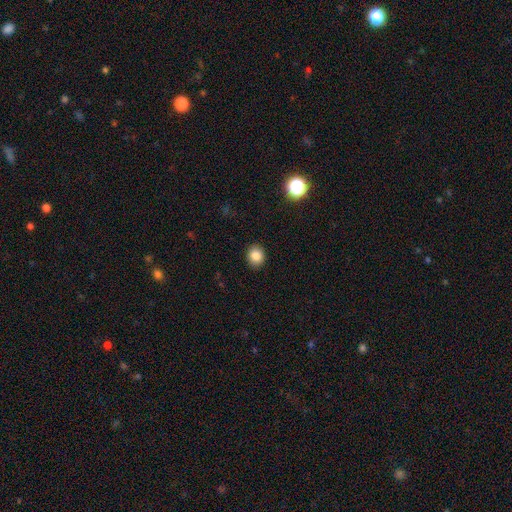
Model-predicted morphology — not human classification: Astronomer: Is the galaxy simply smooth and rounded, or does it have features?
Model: smooth — 85%.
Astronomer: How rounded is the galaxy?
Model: round — 71%.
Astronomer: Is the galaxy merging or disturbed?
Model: none — 91%.